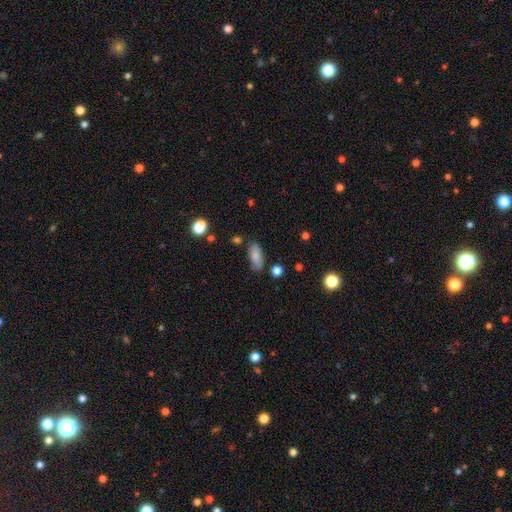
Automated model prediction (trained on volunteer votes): smooth-or-featured: smooth: 85% | star or artifact: 8% | featured or disk: 8%
  how-rounded: in between: 84% | cigar-shaped: 13% | round: 3%
  merging: none: 78% | minor disturbance: 15% | major disturbance: 3% | merger: 3%